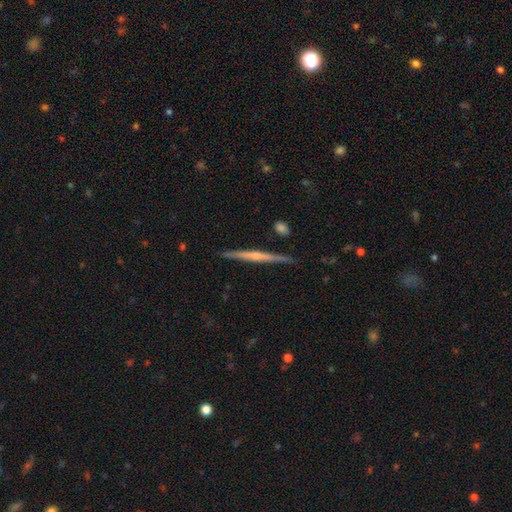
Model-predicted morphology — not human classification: A featured or disk galaxy (72%) viewed edge-on (98%) with a rounded central bulge (60%).

Vote fractions:
- Smooth or featured? featured or disk: 72% / smooth: 22% / star or artifact: 6%
- Edge-on disk? yes: 98% / no: 2%
- Edge-on bulge? rounded: 60% / none: 33% / boxy: 7%
- Merging? none: 89% / minor disturbance: 8% / merger: 1% / major disturbance: 1%